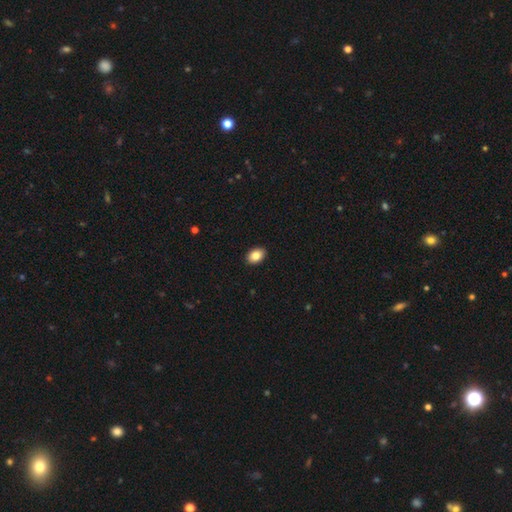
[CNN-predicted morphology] Smooth or featured: smooth — 84% (star or artifact — 8%)
How rounded: in between — 82% (round — 17%)
Merging: none — 91% (minor disturbance — 6%)